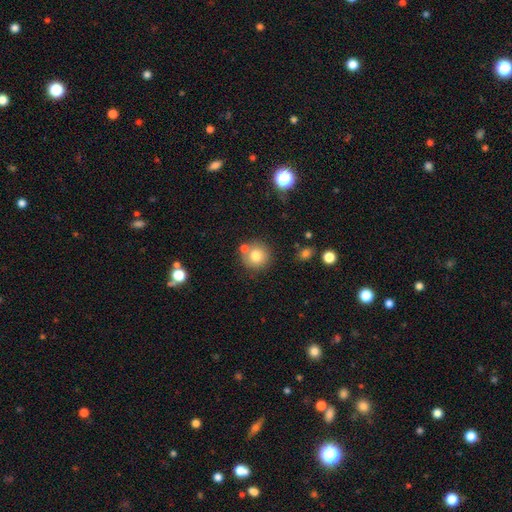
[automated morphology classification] smooth 77%, featured or disk 12%, star or artifact 11%. Down the decision tree: how rounded — round (93%); merging — none (72%).